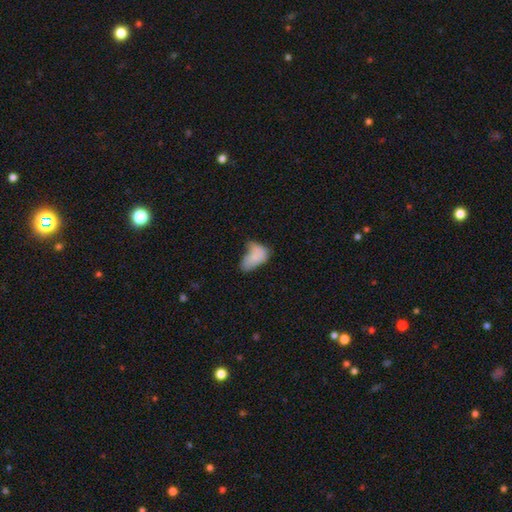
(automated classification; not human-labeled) Smooth or featured? Predicted: smooth (p=0.73). How rounded? Predicted: in between (p=0.91). Merging? Predicted: minor disturbance (p=0.33).